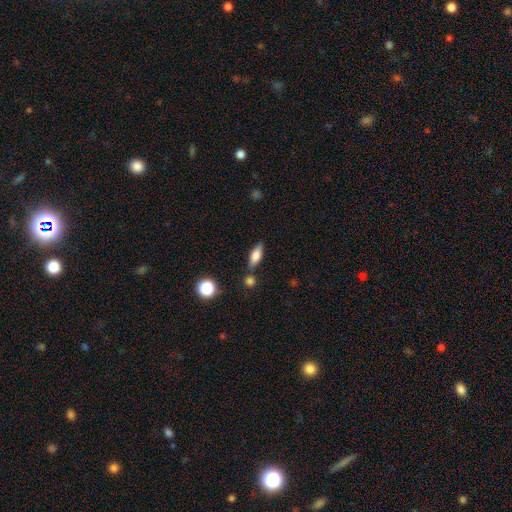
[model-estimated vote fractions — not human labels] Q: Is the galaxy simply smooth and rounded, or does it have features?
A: smooth — 73%.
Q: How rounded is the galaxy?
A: in between — 65%.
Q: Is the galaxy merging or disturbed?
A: none — 75%.